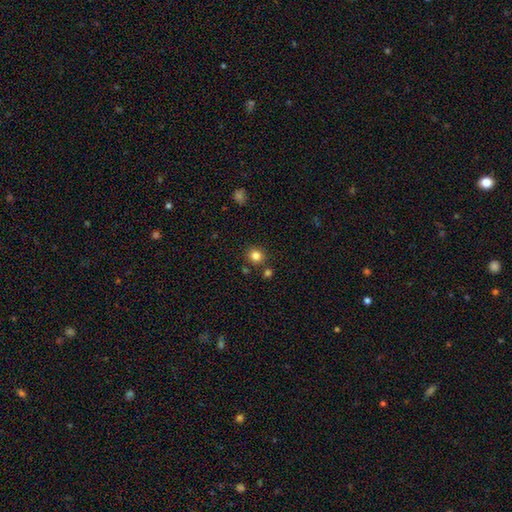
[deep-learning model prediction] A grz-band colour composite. It shows a smooth galaxy with no disk features (82%) that is round (88%). Merging: none (84%).